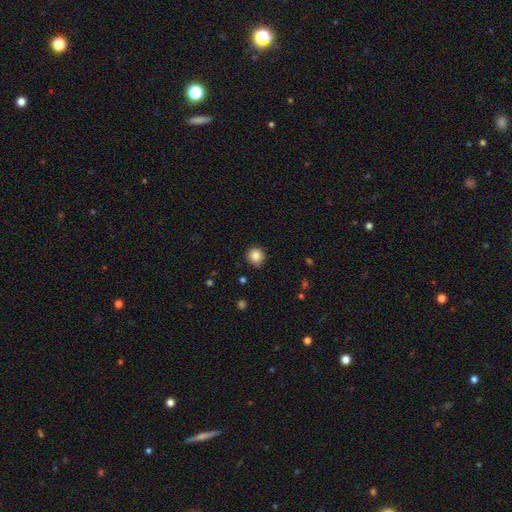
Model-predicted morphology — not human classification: Overall: smooth (85%). How rounded: round (92%). Merging: none (83%).